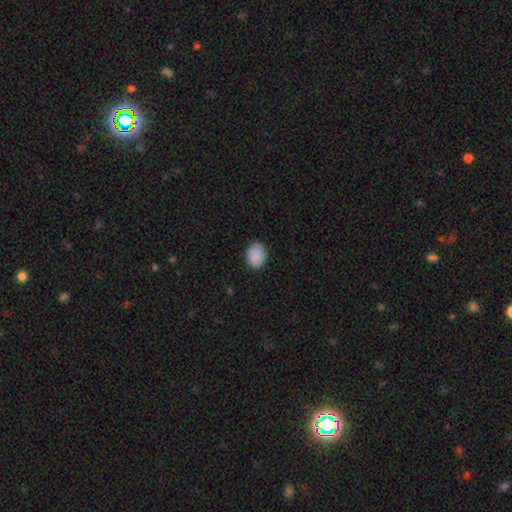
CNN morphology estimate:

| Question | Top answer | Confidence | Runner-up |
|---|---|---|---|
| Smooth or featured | smooth | 89% | star or artifact (8%) |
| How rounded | in between | 55% | round (44%) |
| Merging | none | 87% | minor disturbance (10%) |